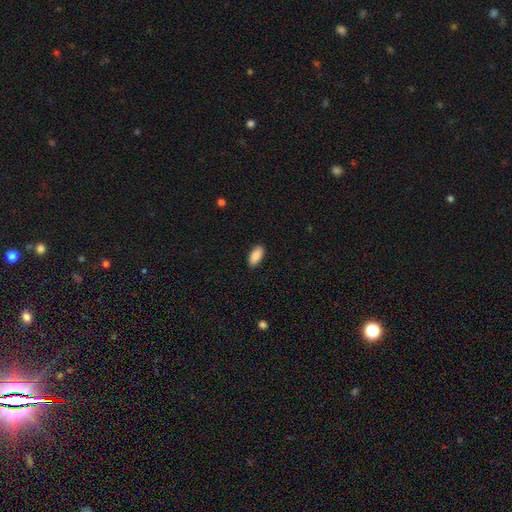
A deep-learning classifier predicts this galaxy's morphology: This is clearly a smooth galaxy (90%). How rounded: clearly in between (91%). Merging: clearly none (89%).